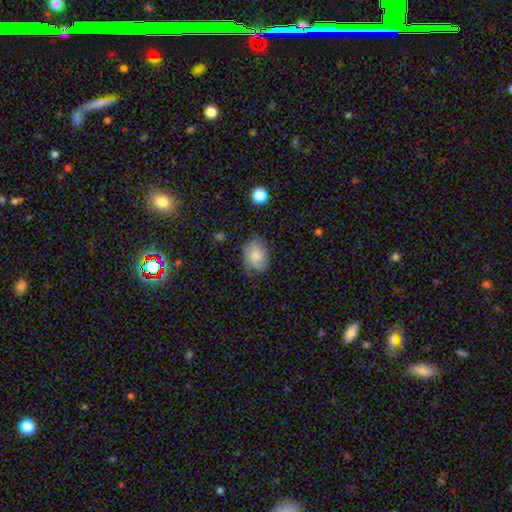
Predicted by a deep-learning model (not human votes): smooth-or-featured: smooth: 75% | featured or disk: 17% | star or artifact: 8%
  how-rounded: in between: 80% | round: 19% | cigar-shaped: 1%
  merging: none: 69% | minor disturbance: 24% | major disturbance: 5% | merger: 1%